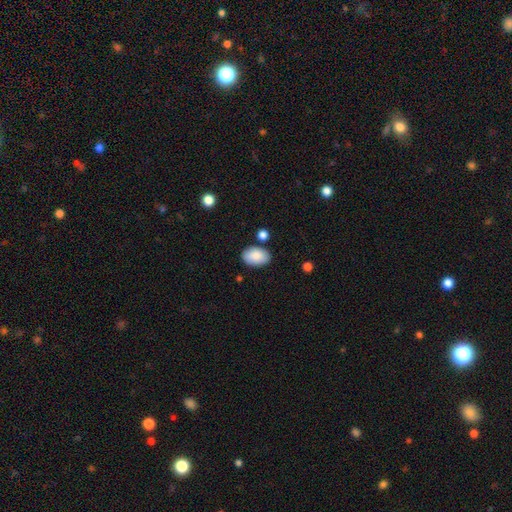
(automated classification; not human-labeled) Smooth or featured?
  - smooth: 87% *
  - star or artifact: 6%
  - featured or disk: 6%
How rounded?
  - in between: 90% *
  - round: 9%
  - cigar-shaped: 1%
Merging?
  - none: 80% *
  - minor disturbance: 12%
  - merger: 4%
  - major disturbance: 3%